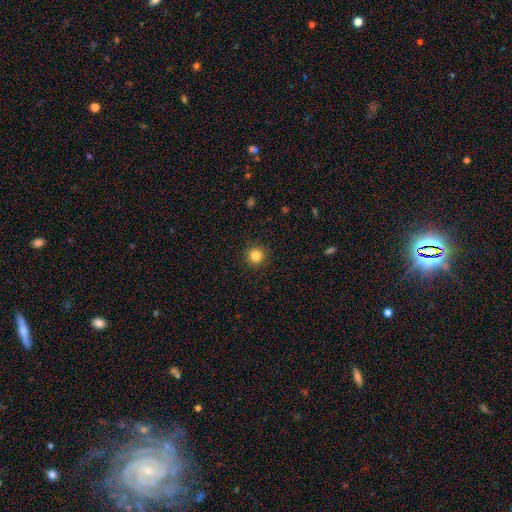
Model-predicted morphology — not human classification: Smooth or featured: smooth — 83% (star or artifact — 12%)
How rounded: round — 95% (in between — 4%)
Merging: none — 92% (minor disturbance — 5%)